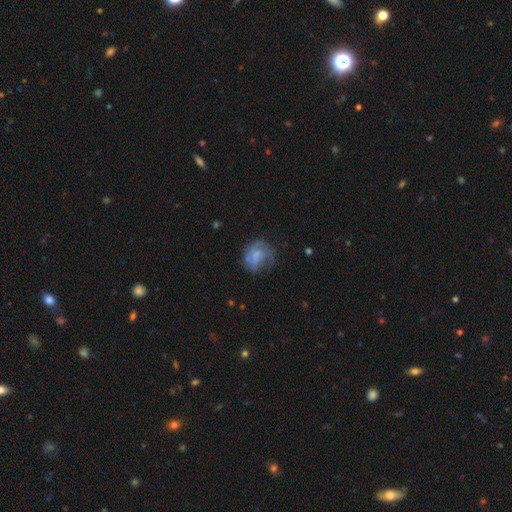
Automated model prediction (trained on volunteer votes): The model was most divided on "smooth or featured": smooth: 46%, featured or disk: 45%, star or artifact: 10%. Remaining: merging — none (47%).